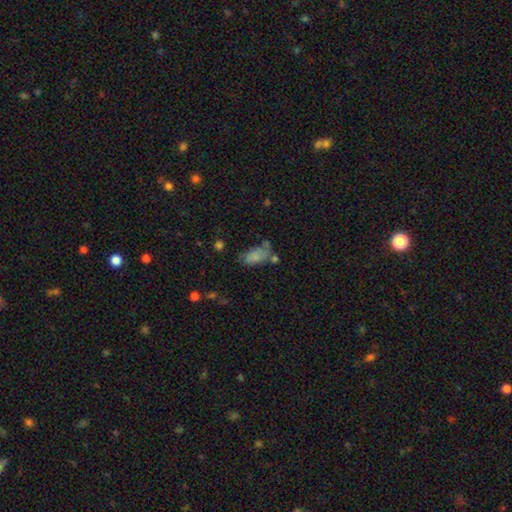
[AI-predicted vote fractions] Morphology: type=smooth (78%); roundness=in between (88%); merging=none (44%).